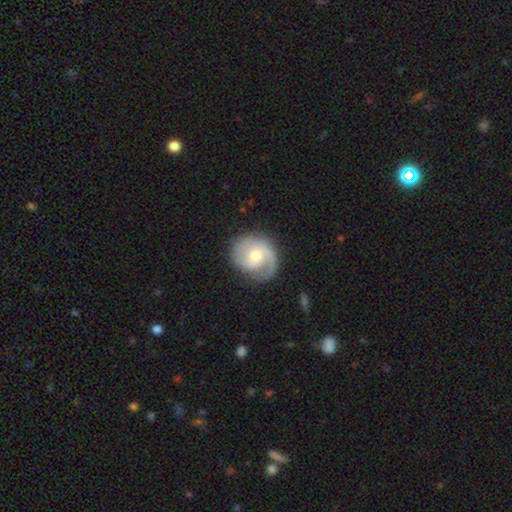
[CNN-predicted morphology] Smooth or featured? featured or disk (79%)
Edge-on disk? no (98%)
Bar? no (59%)
Spiral arms? yes (94%)
Spiral winding? medium (47%)
Spiral arm count? 2 (64%)
Bulge size? moderate (55%)
Merging? none (72%)